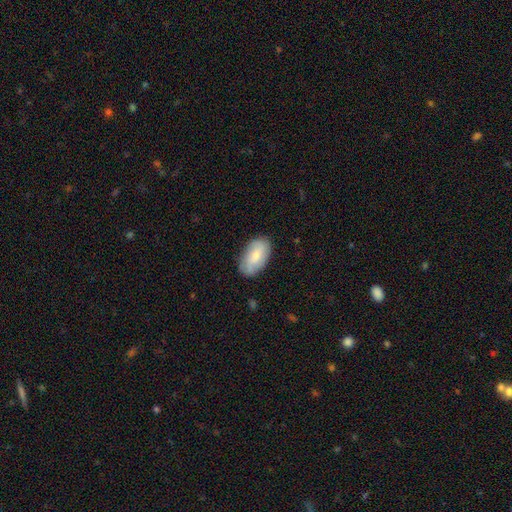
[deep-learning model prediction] Overall: smooth (64%; featured or disk 29%). How rounded: in between (94%). Merging: none (79%).